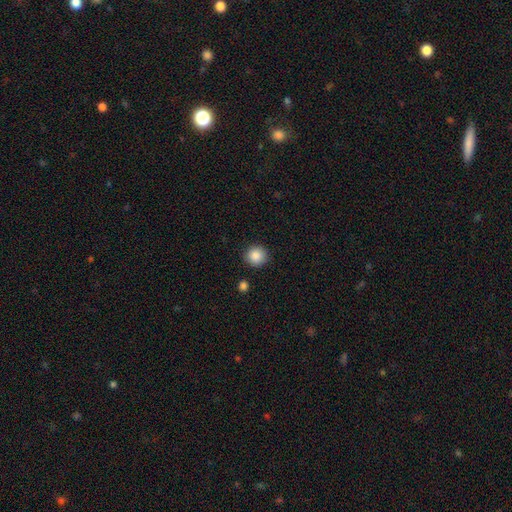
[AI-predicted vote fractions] This is clearly a smooth galaxy (88%). How rounded: clearly round (92%). Merging: clearly none (90%).